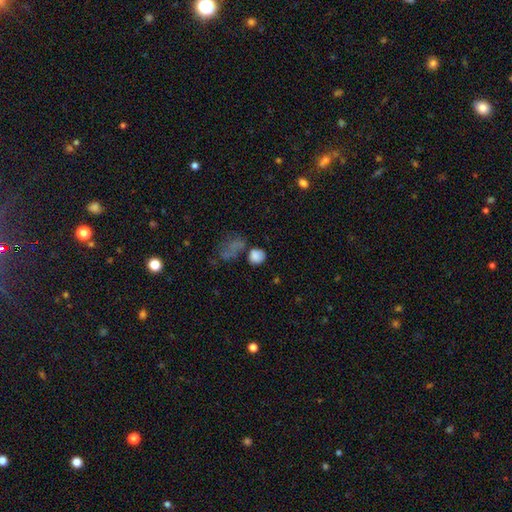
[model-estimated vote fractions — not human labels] This is clearly a smooth galaxy (81%). How rounded: likely round (73%). Merging: likely none (62%).